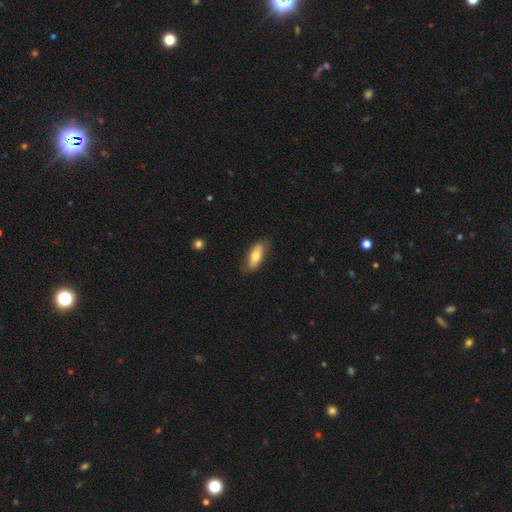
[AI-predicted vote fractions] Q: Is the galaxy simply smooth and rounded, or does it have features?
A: smooth — 66%.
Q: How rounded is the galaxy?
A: in between — 71%.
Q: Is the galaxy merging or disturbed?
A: none — 77%.